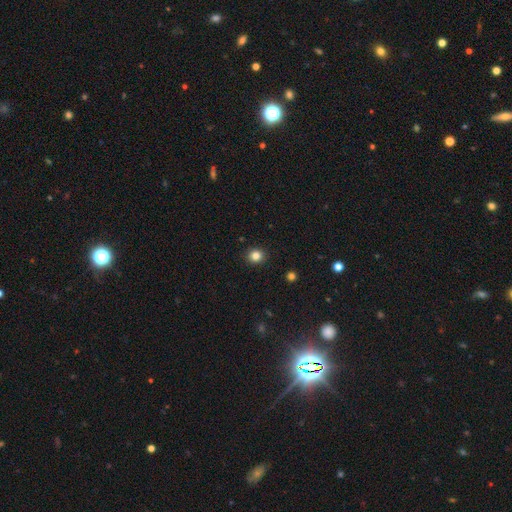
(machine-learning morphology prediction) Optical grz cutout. It shows a smooth galaxy with no disk features (84%) that is round (80%). Merging: none (91%).